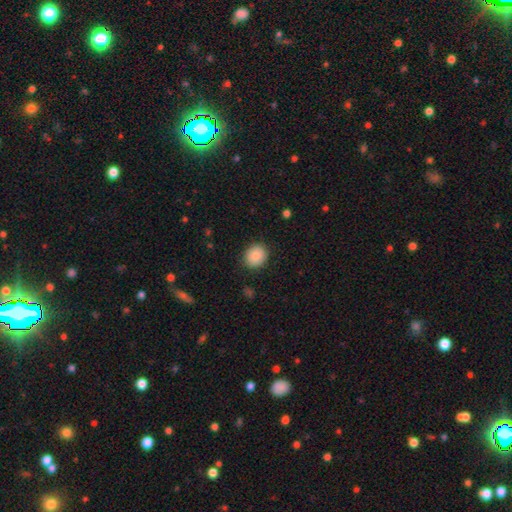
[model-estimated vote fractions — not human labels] Smooth or featured: smooth — 88% (star or artifact — 8%)
How rounded: round — 73% (in between — 26%)
Merging: none — 87% (minor disturbance — 9%)